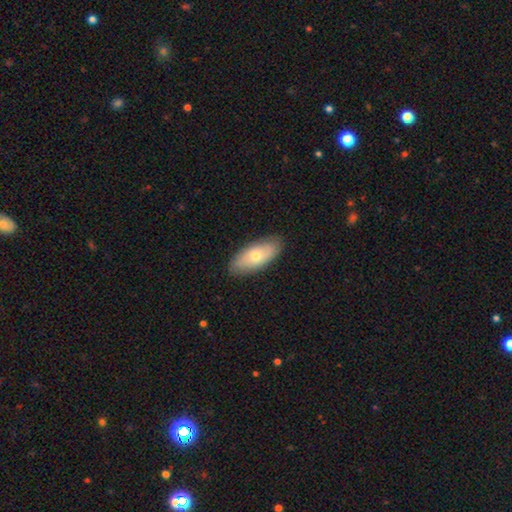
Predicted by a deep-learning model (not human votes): A smooth galaxy with no disk features (64%) that is in between round and cigar-shaped (86%). Merging: none (86%).